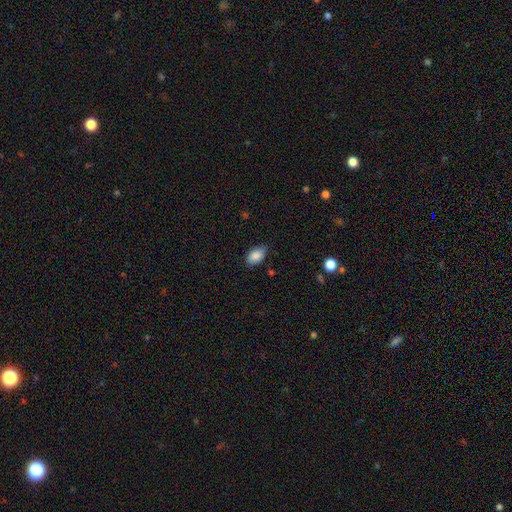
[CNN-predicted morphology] smooth 87%, star or artifact 7%, featured or disk 6%. Down the decision tree: how rounded — in between (92%); merging — none (78%).